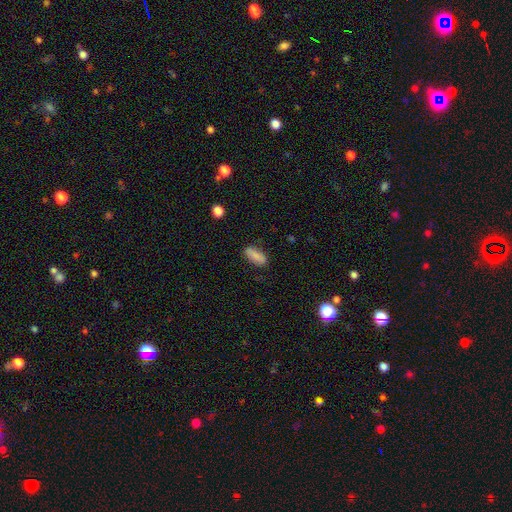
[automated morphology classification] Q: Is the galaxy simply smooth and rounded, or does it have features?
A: smooth — 83%.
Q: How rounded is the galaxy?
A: in between — 77%.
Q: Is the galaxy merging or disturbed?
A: none — 82%.